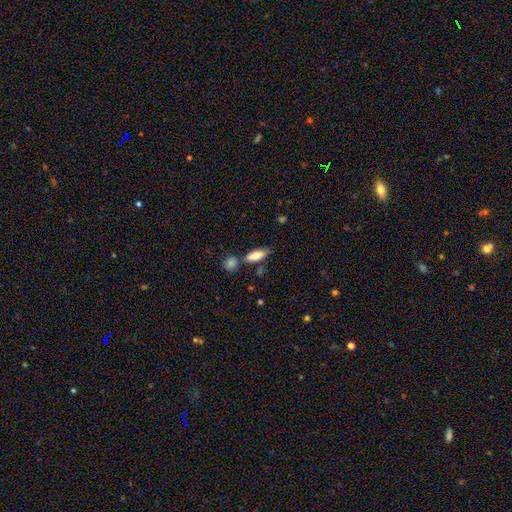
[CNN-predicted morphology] smooth_or_featured: smooth (p=0.81) [alt: featured or disk p=0.12]
how_rounded: in between (p=0.76) [alt: cigar-shaped p=0.21]
merging: none (p=0.68) [alt: minor disturbance p=0.16]